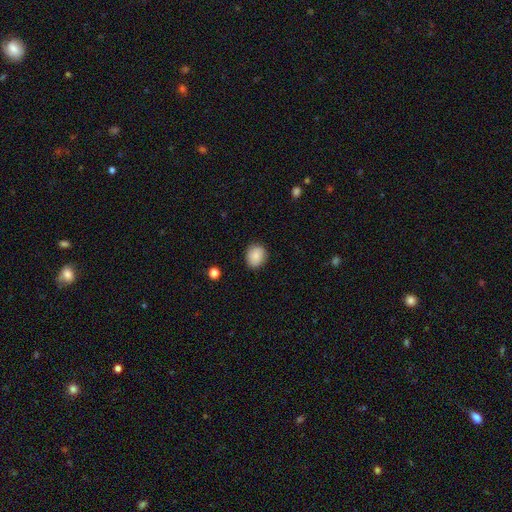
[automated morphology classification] smooth_or_featured: smooth (p=0.87) [alt: star or artifact p=0.08]
how_rounded: round (p=0.64) [alt: in between p=0.35]
merging: none (p=0.86) [alt: minor disturbance p=0.11]